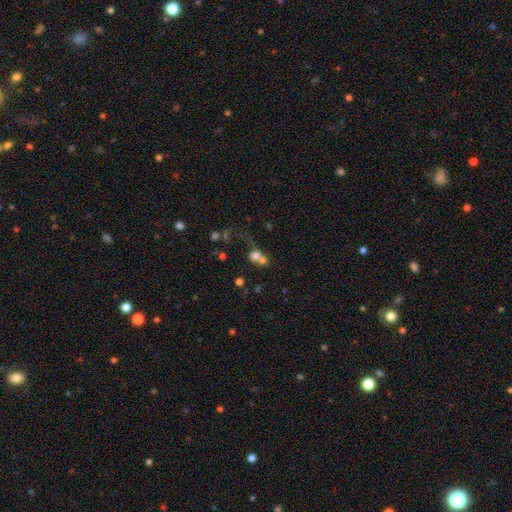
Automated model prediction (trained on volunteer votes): This appears to be a smooth galaxy with no disk features (66%) that is round (76%). Merging: merger (61%).